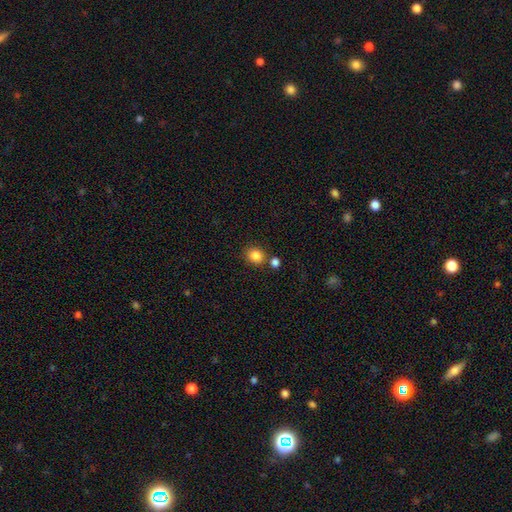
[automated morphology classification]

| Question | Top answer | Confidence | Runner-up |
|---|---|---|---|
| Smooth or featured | smooth | 85% | star or artifact (10%) |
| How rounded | round | 73% | in between (26%) |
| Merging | none | 75% | merger (13%) |